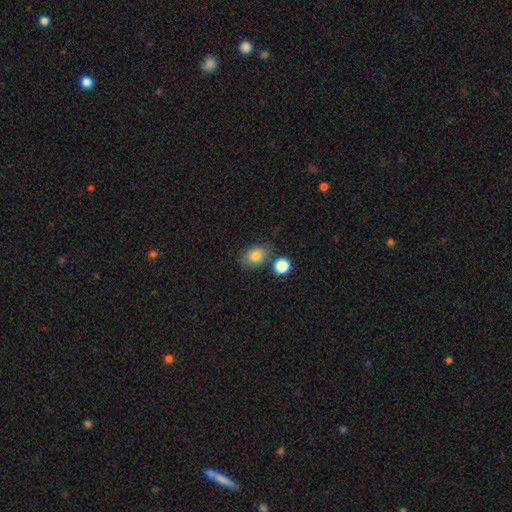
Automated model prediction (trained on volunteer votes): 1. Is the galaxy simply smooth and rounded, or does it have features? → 82% smooth, 10% star or artifact, 9% featured or disk.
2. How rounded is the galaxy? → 75% in between, 23% round, 1% cigar-shaped.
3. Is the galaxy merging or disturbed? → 70% none, 15% minor disturbance, 11% merger, 4% major disturbance.